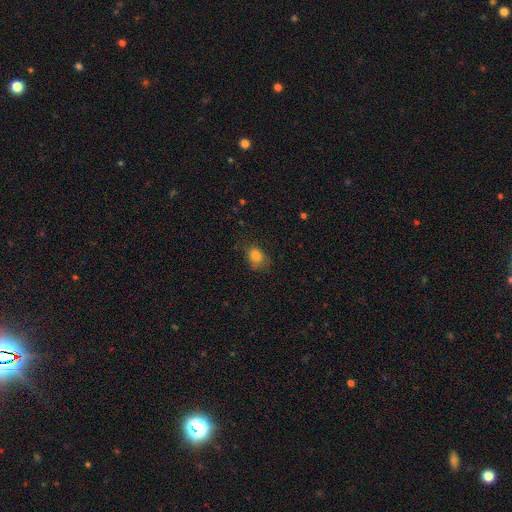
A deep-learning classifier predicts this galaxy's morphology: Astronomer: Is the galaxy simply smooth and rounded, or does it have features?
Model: smooth — 82%.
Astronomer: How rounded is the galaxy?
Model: in between — 63%.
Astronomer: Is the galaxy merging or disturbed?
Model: none — 69%.